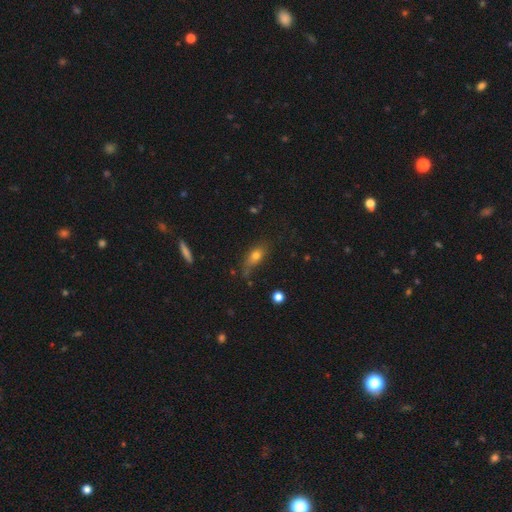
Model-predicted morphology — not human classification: Smooth or featured: smooth — 73% (featured or disk — 16%)
How rounded: in between — 72% (cigar-shaped — 16%)
Merging: none — 52% (minor disturbance — 29%)